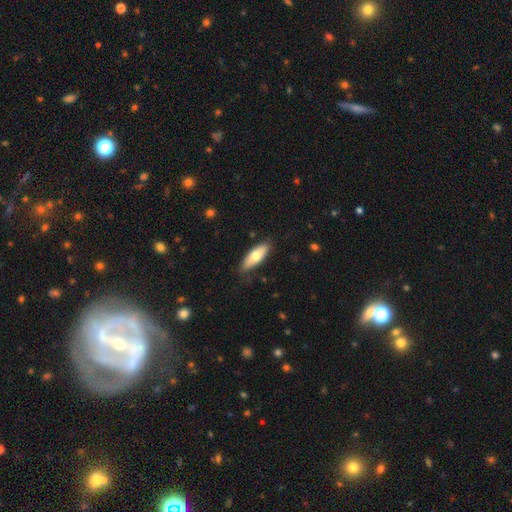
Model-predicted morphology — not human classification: smooth_or_featured: smooth (p=0.69) [alt: featured or disk p=0.25]
how_rounded: in between (p=0.68) [alt: cigar-shaped p=0.30]
merging: none (p=0.80) [alt: minor disturbance p=0.16]